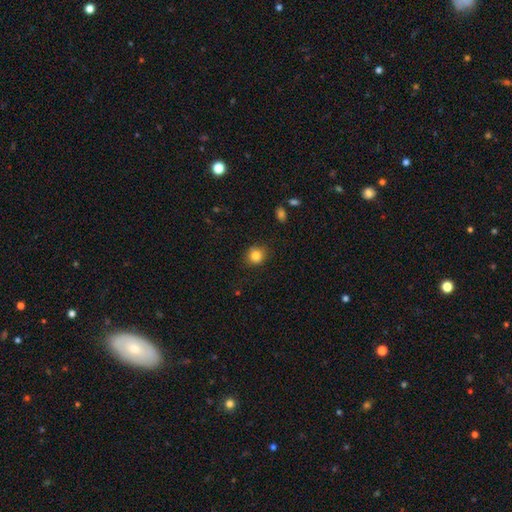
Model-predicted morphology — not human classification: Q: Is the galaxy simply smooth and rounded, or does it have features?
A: smooth — 83%.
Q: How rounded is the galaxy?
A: round — 81%.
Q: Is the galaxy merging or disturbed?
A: none — 84%.